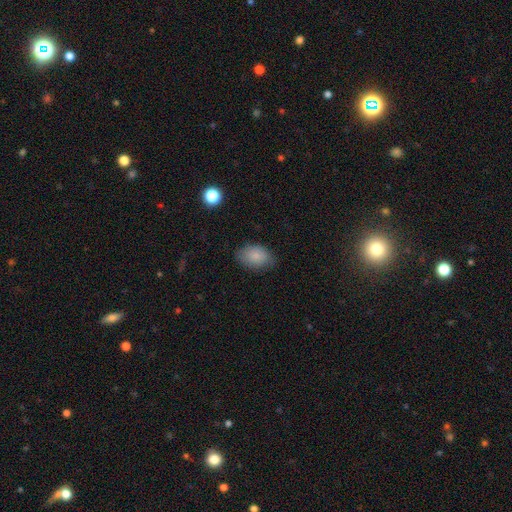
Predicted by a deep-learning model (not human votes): A smooth galaxy with no disk features (85%) that is in between round and cigar-shaped (87%).

Vote fractions:
- Smooth or featured? smooth: 85% / featured or disk: 7% / star or artifact: 7%
- How rounded? in between: 87% / round: 11% / cigar-shaped: 1%
- Merging? none: 76% / minor disturbance: 19% / major disturbance: 4% / merger: 1%